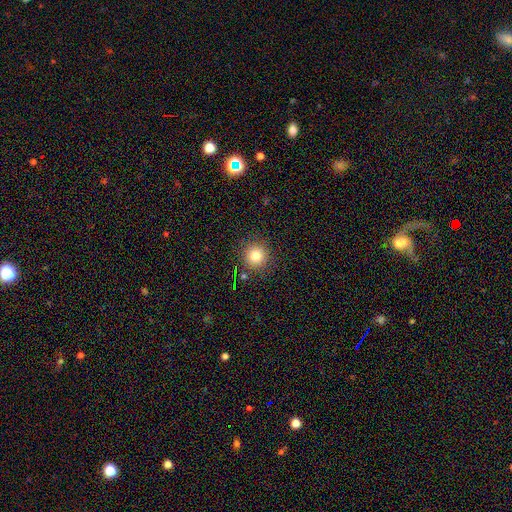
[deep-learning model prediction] This is likely a smooth galaxy (80%). How rounded: clearly round (95%). Merging: clearly none (88%).